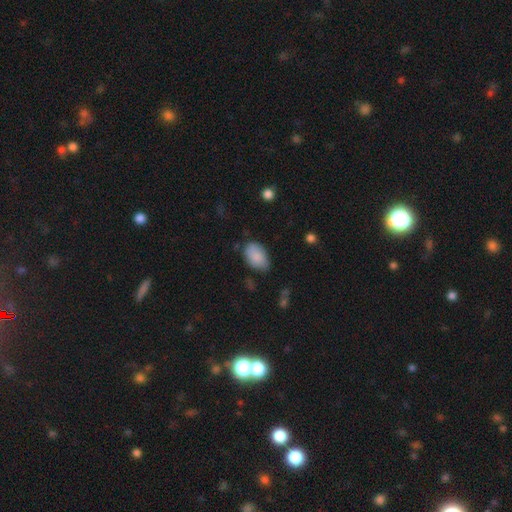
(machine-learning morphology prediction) Q: Smooth or featured?
A: smooth (86%); runner-up: featured or disk (7%)
Q: How rounded?
A: in between (91%); runner-up: round (8%)
Q: Merging?
A: none (68%); runner-up: minor disturbance (25%)